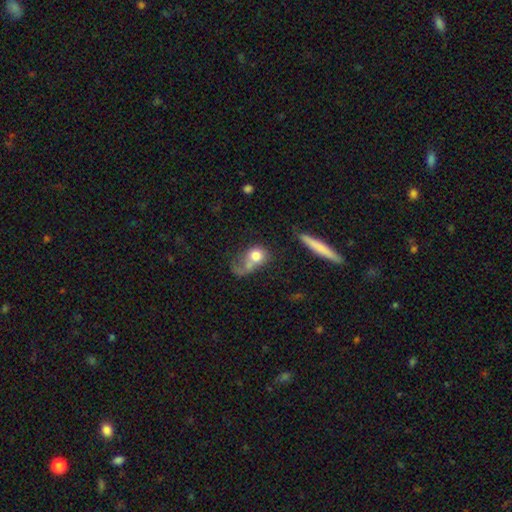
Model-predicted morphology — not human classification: Overall: smooth (67%). How rounded: round (51%; in between 44%). Merging: major disturbance (36%; merger 26%).